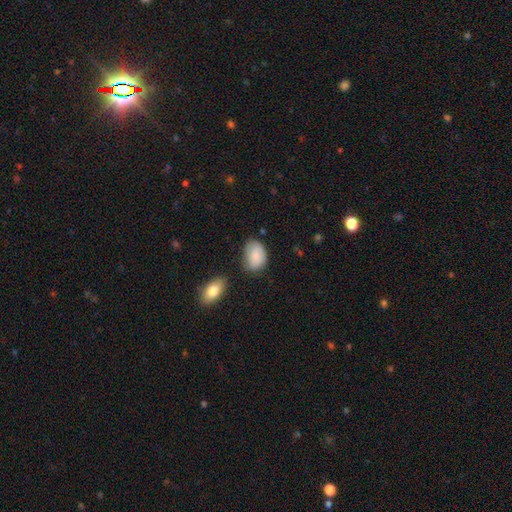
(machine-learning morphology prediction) smooth-or-featured: smooth: 86% | featured or disk: 7% | star or artifact: 7%
  how-rounded: in between: 84% | round: 15% | cigar-shaped: 1%
  merging: none: 60% | minor disturbance: 29% | major disturbance: 6% | merger: 5%